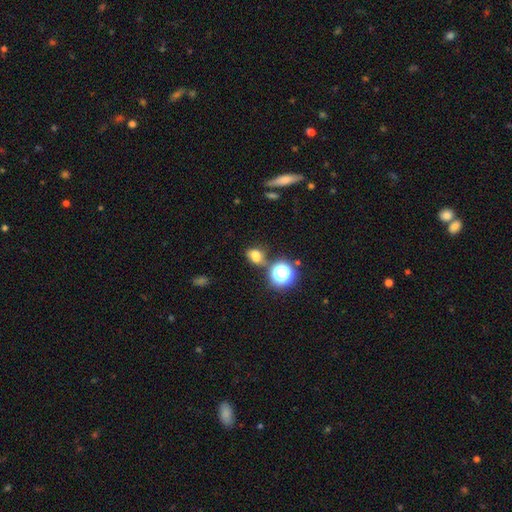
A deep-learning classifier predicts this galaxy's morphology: smooth-or-featured: smooth: 67% | star or artifact: 24% | featured or disk: 10%
  how-rounded: in between: 58% | round: 40% | cigar-shaped: 2%
  merging: none: 54% | merger: 22% | minor disturbance: 17% | major disturbance: 8%